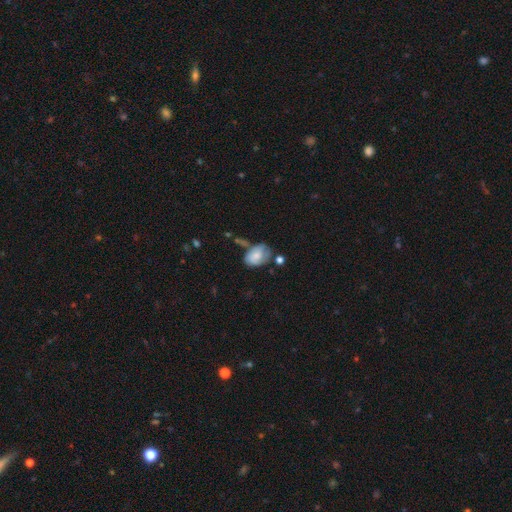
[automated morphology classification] The model was most divided on "merging": none: 41%, minor disturbance: 31%, merger: 14%, major disturbance: 14%. More confident: how rounded — in between (81%); smooth or featured — smooth (66%).